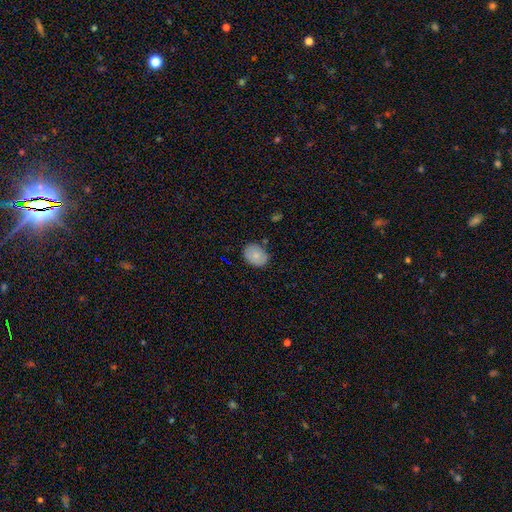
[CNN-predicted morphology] Smooth or featured?
  - smooth: 78% *
  - featured or disk: 14%
  - star or artifact: 8%
How rounded?
  - in between: 65% *
  - round: 34%
  - cigar-shaped: 1%
Merging?
  - none: 79% *
  - minor disturbance: 16%
  - major disturbance: 3%
  - merger: 2%